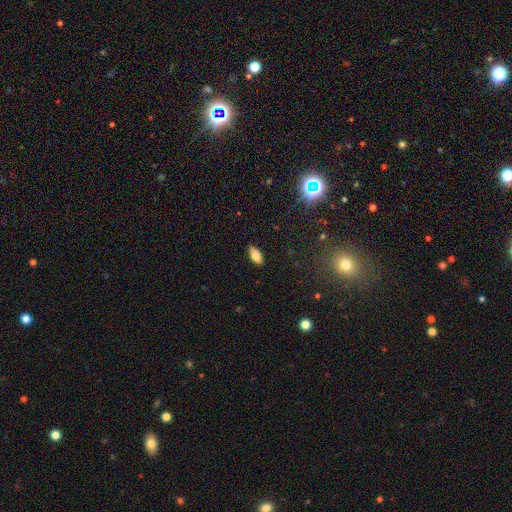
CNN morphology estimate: This appears to be a smooth galaxy with no disk features (69%) that is in between round and cigar-shaped (80%). Merging: none (88%).